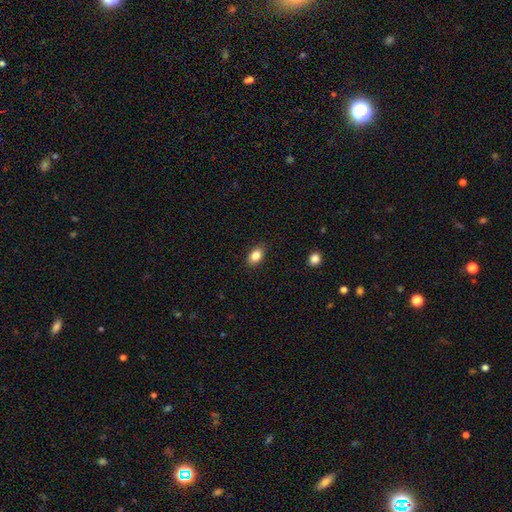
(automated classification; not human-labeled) Smooth or featured?
  - smooth: 85% *
  - star or artifact: 8%
  - featured or disk: 7%
How rounded?
  - in between: 85% *
  - round: 14%
  - cigar-shaped: 2%
Merging?
  - none: 88% *
  - minor disturbance: 9%
  - major disturbance: 2%
  - merger: 1%